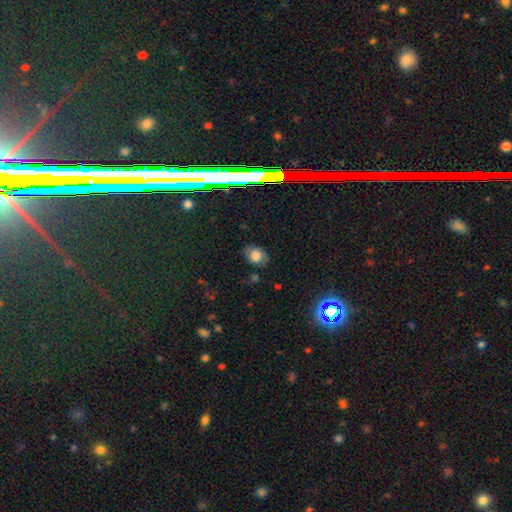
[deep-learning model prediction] A smooth galaxy with no disk features (70%) that is in between round and cigar-shaped (55%). Merging: none (67%).